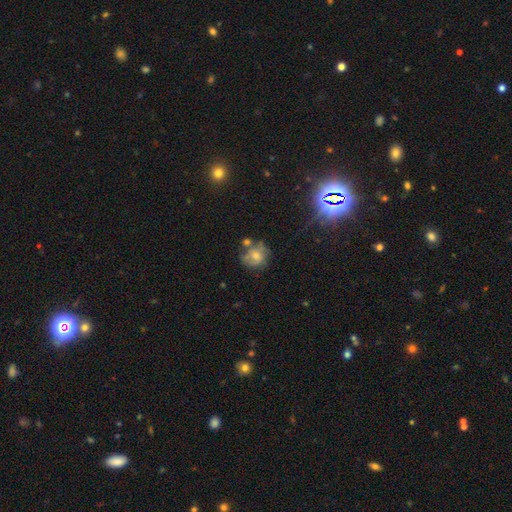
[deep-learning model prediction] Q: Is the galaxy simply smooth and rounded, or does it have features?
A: smooth — 50%.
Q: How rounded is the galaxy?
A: round — 70%.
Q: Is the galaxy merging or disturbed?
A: none — 45%.